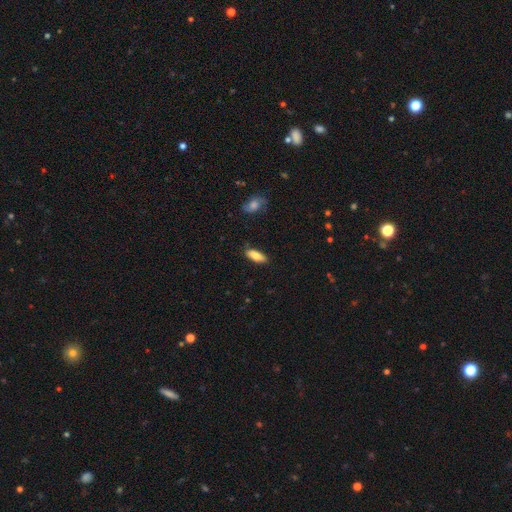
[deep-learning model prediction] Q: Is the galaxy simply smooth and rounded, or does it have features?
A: smooth — 76%.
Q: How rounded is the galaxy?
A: in between — 73%.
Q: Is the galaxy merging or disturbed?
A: none — 84%.